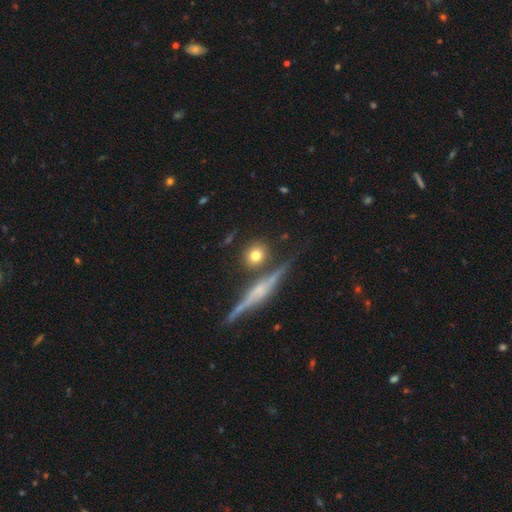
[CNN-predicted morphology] This is likely a smooth galaxy (72%). How rounded: clearly round (84%). Merging: clearly none (81%).